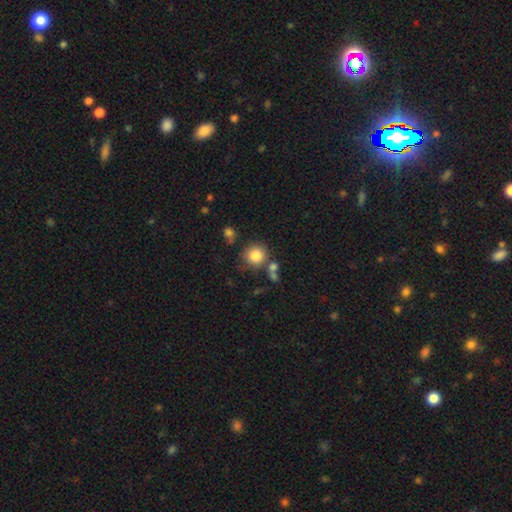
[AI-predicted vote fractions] A smooth galaxy with no disk features (83%) that is round (90%). Merging: none (69%).